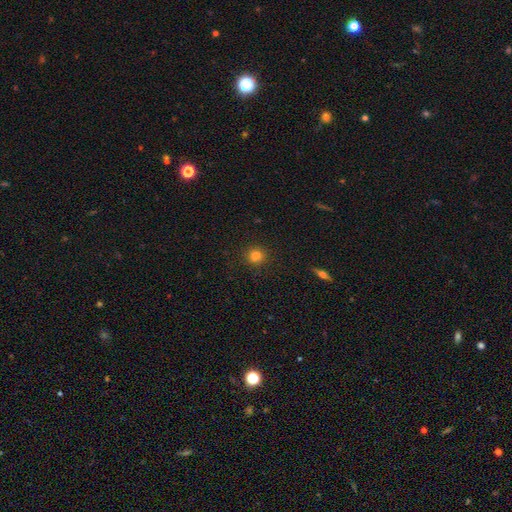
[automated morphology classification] Smooth or featured? smooth (80%)
How rounded? round (92%)
Merging? none (90%)